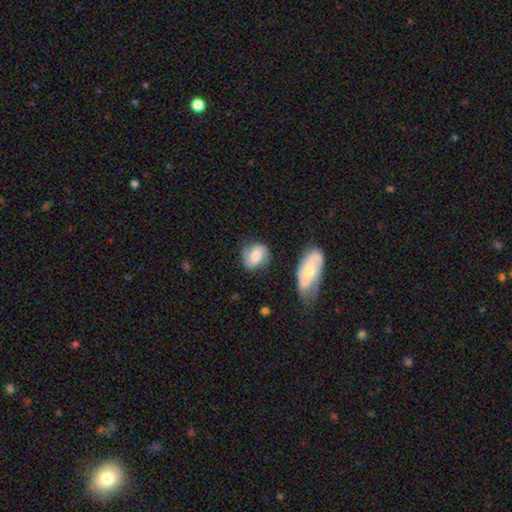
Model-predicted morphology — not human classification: A featured or disk galaxy (57%) with a weak bar (46%), spiral arms (88%) and a moderate central bulge (62%). Merging: none (69%).